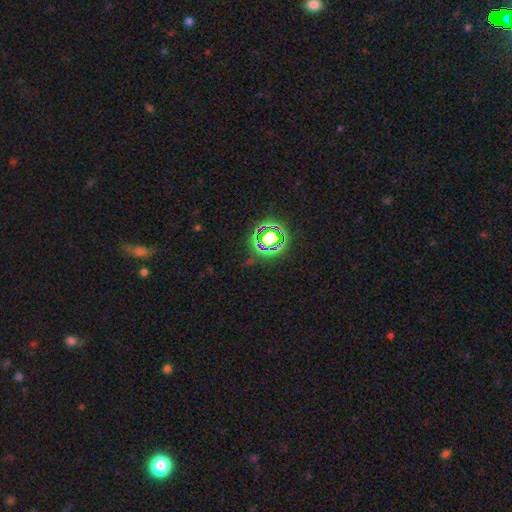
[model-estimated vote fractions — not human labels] Smooth or featured? Predicted: star or artifact (p=0.71).